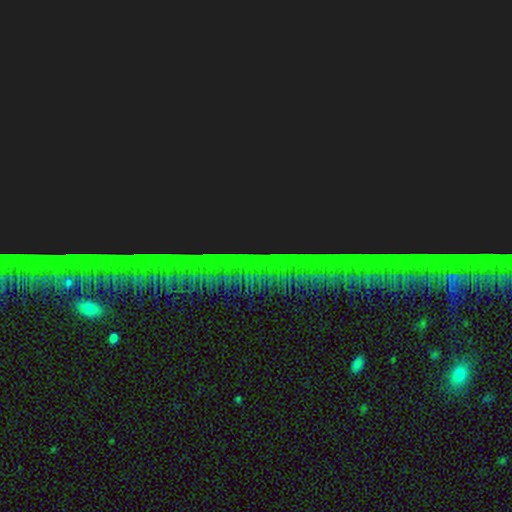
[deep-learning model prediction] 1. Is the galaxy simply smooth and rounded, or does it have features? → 87% star or artifact, 7% featured or disk, 6% smooth.